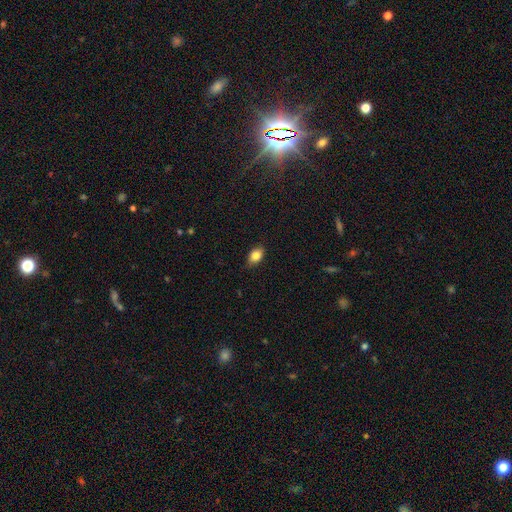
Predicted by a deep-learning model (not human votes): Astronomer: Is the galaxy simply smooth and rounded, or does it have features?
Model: smooth — 84%.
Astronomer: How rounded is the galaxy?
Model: in between — 82%.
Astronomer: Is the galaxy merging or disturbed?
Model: none — 83%.